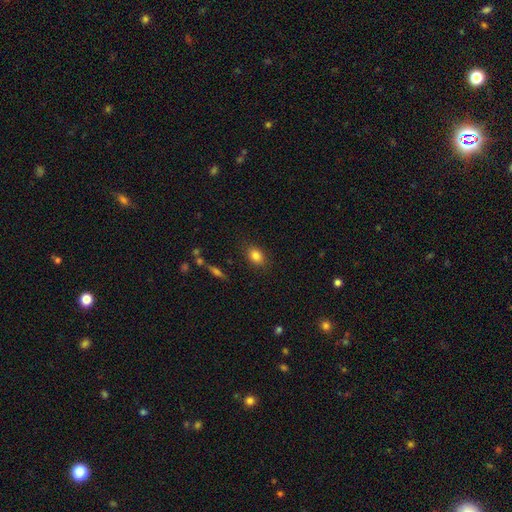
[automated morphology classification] A smooth galaxy with no disk features (82%) that is in between round and cigar-shaped (72%).

Vote fractions:
- Smooth or featured? smooth: 82% / star or artifact: 10% / featured or disk: 8%
- How rounded? in between: 72% / round: 26% / cigar-shaped: 2%
- Merging? none: 85% / minor disturbance: 11% / major disturbance: 3% / merger: 2%